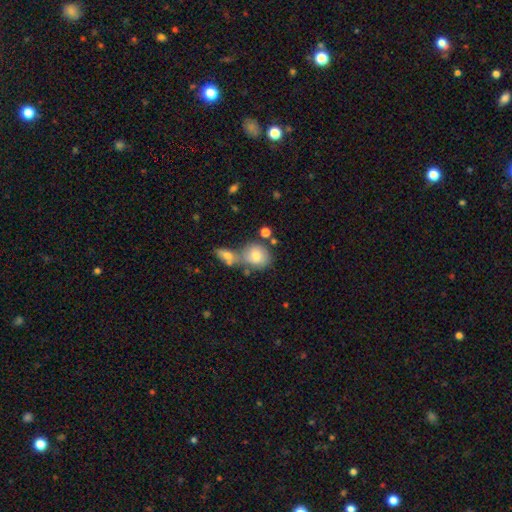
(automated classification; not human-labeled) Morphology: type=smooth (74%); roundness=round (65%); merging=none (41%, tied with merger).